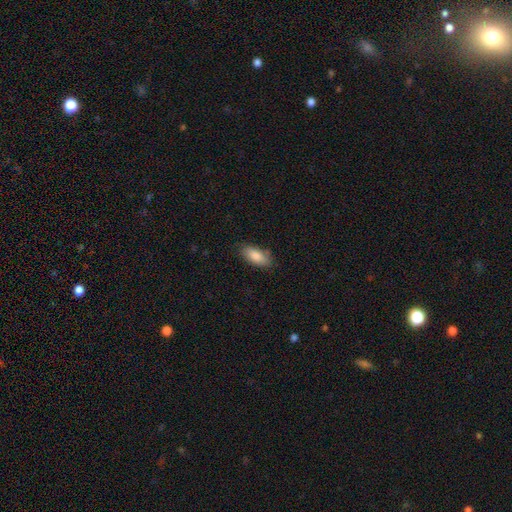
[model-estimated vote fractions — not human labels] This is clearly a smooth galaxy (84%). How rounded: clearly in between (85%). Merging: likely none (78%).